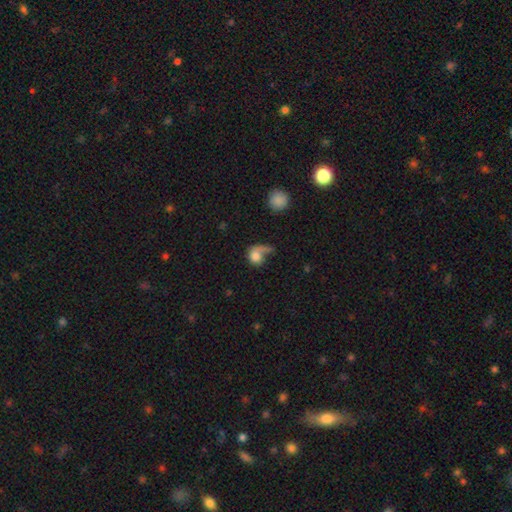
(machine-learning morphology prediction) Overall: smooth (66%). How rounded: round (68%; in between 30%). Merging: major disturbance (43%; none 29%).